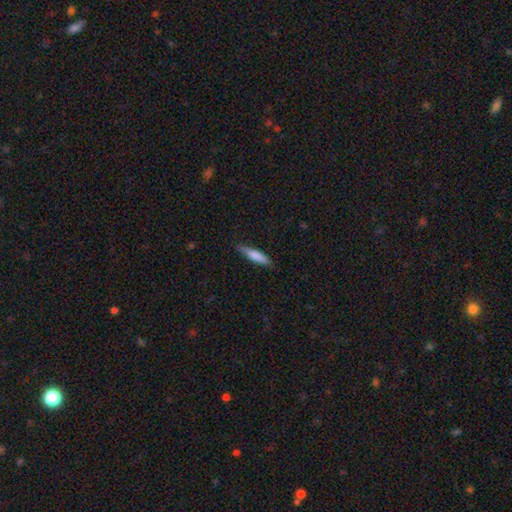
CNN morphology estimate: A smooth galaxy with no disk features (76%) that is cigar-shaped (82%). Merging: none (83%).